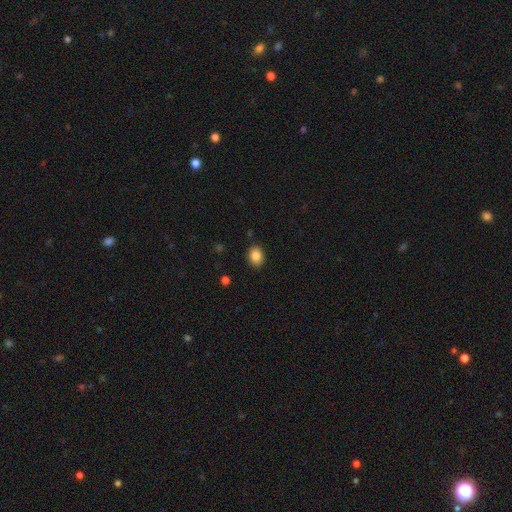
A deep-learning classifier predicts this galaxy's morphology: A smooth galaxy with no disk features (86%) that is in between round and cigar-shaped (58%).

Vote fractions:
- Smooth or featured? smooth: 86% / star or artifact: 9% / featured or disk: 5%
- How rounded? in between: 58% / round: 41% / cigar-shaped: 1%
- Merging? none: 88% / minor disturbance: 9% / major disturbance: 2% / merger: 1%